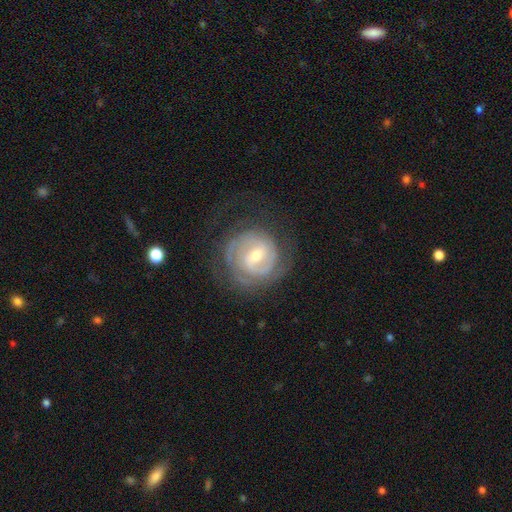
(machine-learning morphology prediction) featured or disk 85%, smooth 10%, star or artifact 5%. Down the decision tree: edge-on disk — no (98%); bar — weak (57%); spiral arms — yes (94%); spiral arm count — 2 (49%); spiral winding — tight (68%); bulge size — moderate (50%); merging — none (70%).